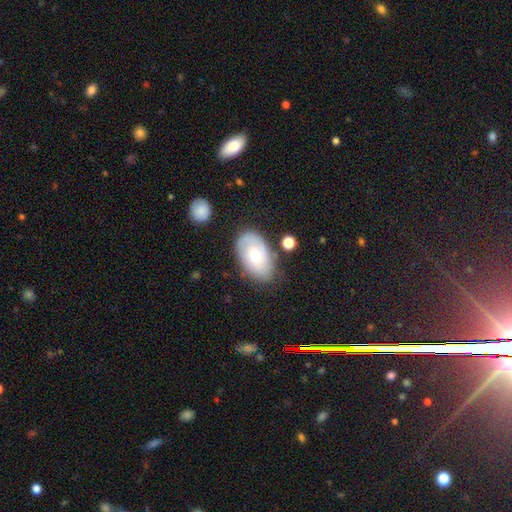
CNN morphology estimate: A smooth galaxy with no disk features (57%) that is in between round and cigar-shaped (91%). Merging: none (72%).